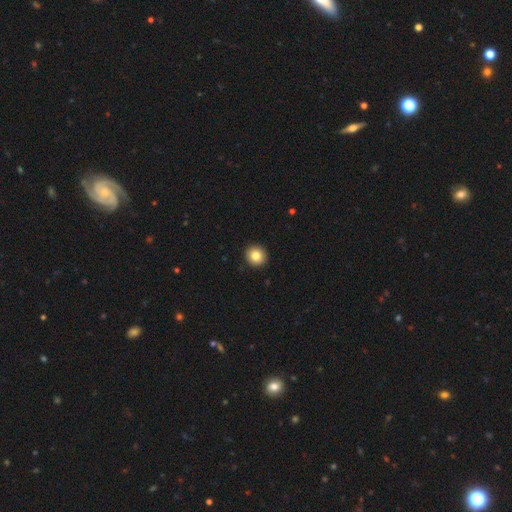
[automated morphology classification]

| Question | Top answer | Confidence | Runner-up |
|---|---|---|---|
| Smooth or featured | smooth | 84% | star or artifact (9%) |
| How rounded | round | 92% | in between (7%) |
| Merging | none | 93% | minor disturbance (5%) |